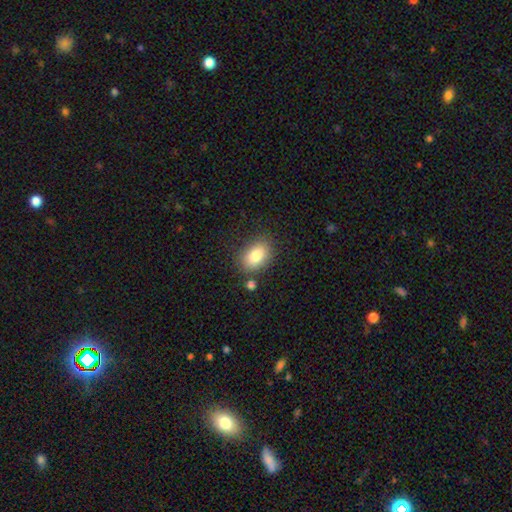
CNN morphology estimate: smooth-or-featured: smooth: 82% | featured or disk: 9% | star or artifact: 8%
  how-rounded: in between: 80% | round: 19% | cigar-shaped: 1%
  merging: none: 76% | minor disturbance: 14% | merger: 6% | major disturbance: 4%